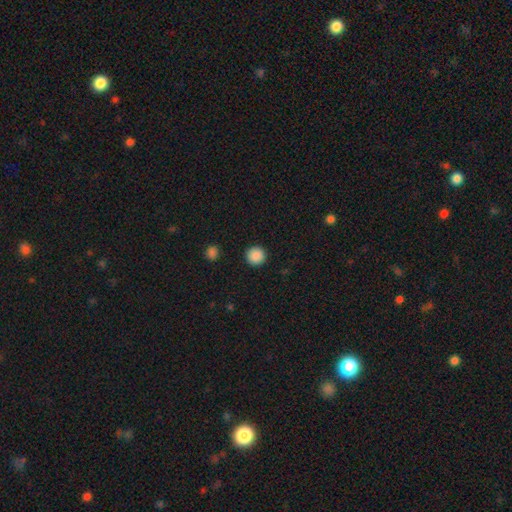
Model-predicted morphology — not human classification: The model was most divided on "smooth or featured": smooth: 89%, star or artifact: 9%, featured or disk: 3%. More confident: how rounded — round (96%); merging — none (93%).